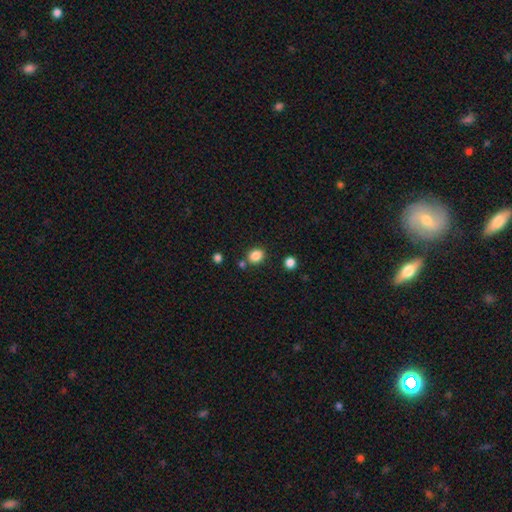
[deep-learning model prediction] The model was most divided on "how rounded": round: 52%, in between: 47%, cigar-shaped: 1%. More confident: smooth or featured — smooth (86%); merging — none (78%).